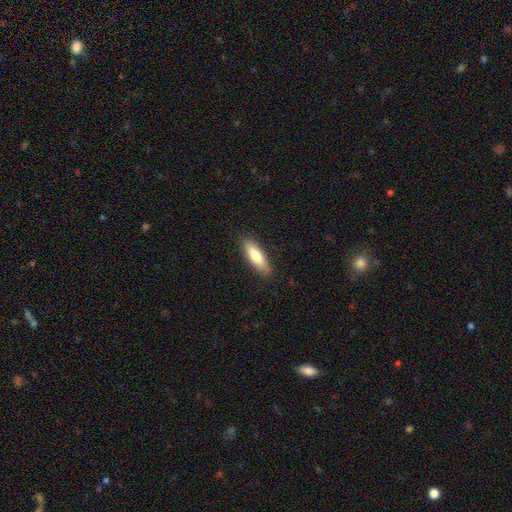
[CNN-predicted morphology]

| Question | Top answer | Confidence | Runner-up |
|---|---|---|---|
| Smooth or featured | smooth | 76% | featured or disk (18%) |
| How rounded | cigar-shaped | 52% | in between (46%) |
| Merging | none | 88% | minor disturbance (9%) |